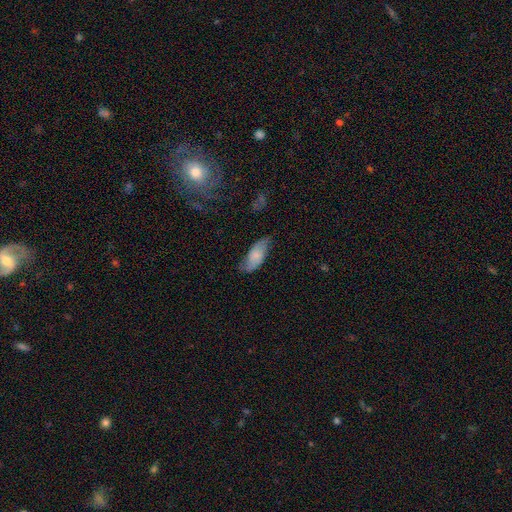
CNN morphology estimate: A smooth galaxy with no disk features (63%) that is in between round and cigar-shaped (83%).

Vote fractions:
- Smooth or featured? smooth: 63% / featured or disk: 30% / star or artifact: 7%
- How rounded? in between: 83% / cigar-shaped: 15% / round: 2%
- Merging? none: 64% / minor disturbance: 27% / major disturbance: 7% / merger: 2%